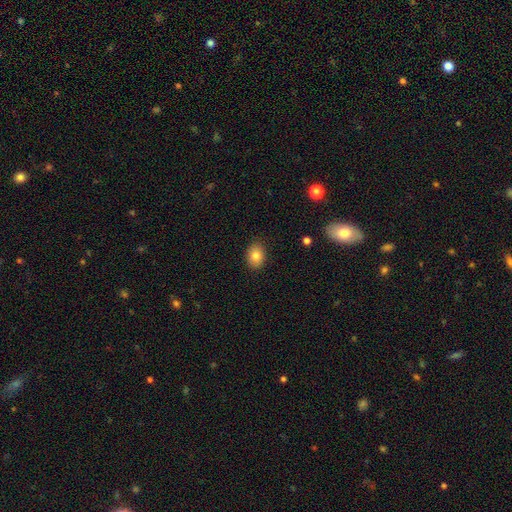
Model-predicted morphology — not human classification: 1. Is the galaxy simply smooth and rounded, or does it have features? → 83% smooth, 9% star or artifact, 8% featured or disk.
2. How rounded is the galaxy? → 73% in between, 26% round, 1% cigar-shaped.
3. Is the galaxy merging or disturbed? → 87% none, 10% minor disturbance, 2% major disturbance, 1% merger.